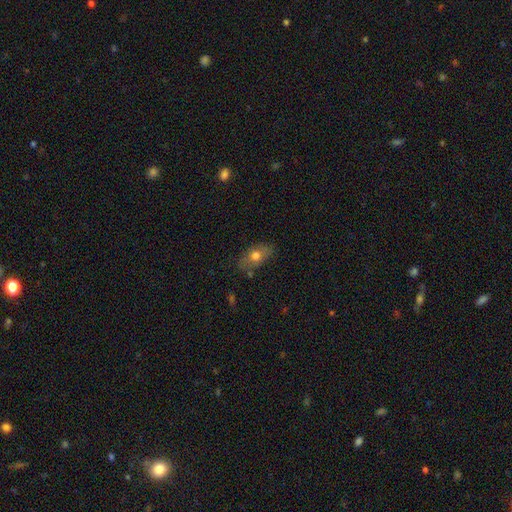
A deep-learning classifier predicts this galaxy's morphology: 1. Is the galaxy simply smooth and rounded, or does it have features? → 69% smooth, 23% featured or disk, 9% star or artifact.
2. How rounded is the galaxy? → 83% in between, 13% round, 4% cigar-shaped.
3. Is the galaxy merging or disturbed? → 73% none, 19% minor disturbance, 5% major disturbance, 3% merger.